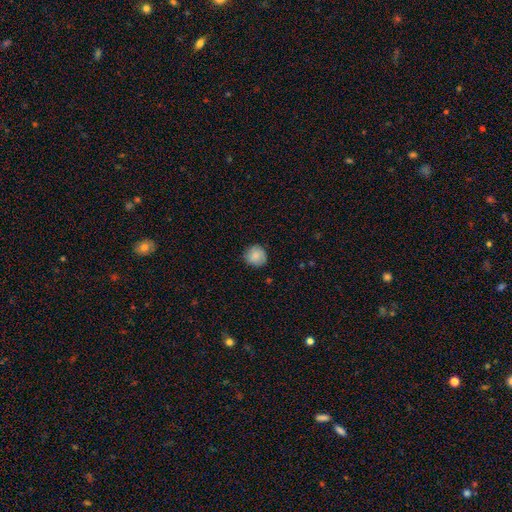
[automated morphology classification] type=smooth (84%); roundness=round (91%); merging=none (82%).